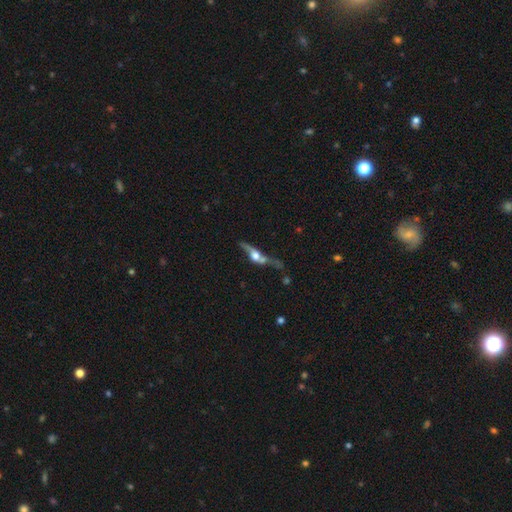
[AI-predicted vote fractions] Morphology: type=featured or disk (65%); edge-on=yes (72%); merging=none (38%).